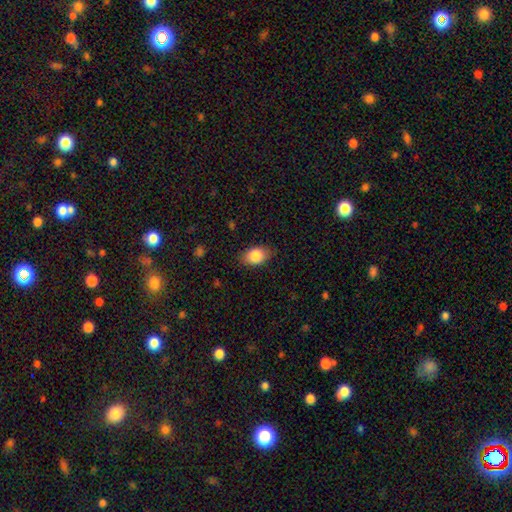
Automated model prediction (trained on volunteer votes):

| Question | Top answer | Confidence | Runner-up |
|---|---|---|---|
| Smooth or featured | smooth | 84% | featured or disk (9%) |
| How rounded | in between | 82% | round (17%) |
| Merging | none | 83% | minor disturbance (14%) |